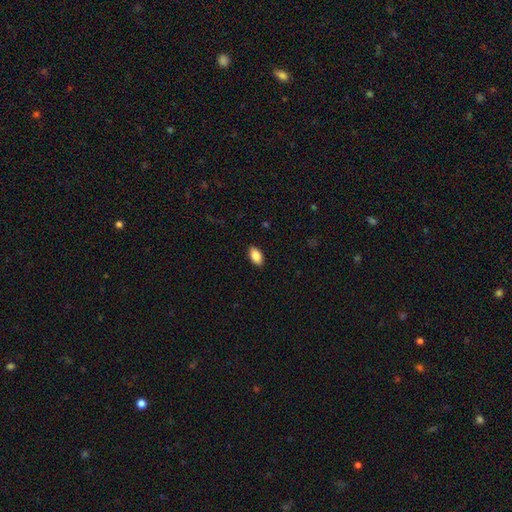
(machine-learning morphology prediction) smooth-or-featured: smooth: 87% | star or artifact: 7% | featured or disk: 6%
  how-rounded: in between: 93% | round: 4% | cigar-shaped: 3%
  merging: none: 89% | minor disturbance: 8% | major disturbance: 2% | merger: 1%